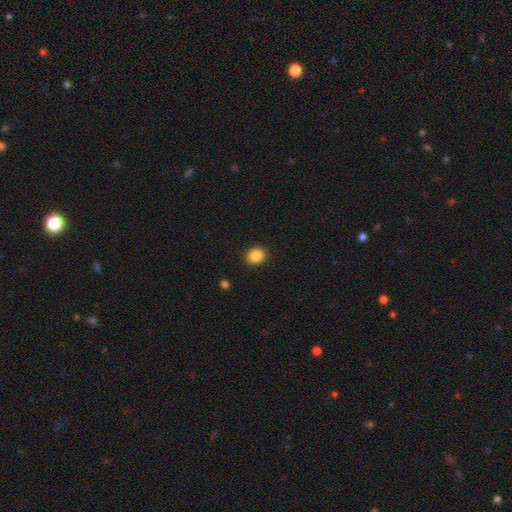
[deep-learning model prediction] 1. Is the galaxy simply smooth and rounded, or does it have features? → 88% smooth, 9% star or artifact, 3% featured or disk.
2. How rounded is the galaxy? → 73% round, 26% in between, 1% cigar-shaped.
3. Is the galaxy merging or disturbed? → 91% none, 6% minor disturbance, 2% major disturbance, 1% merger.